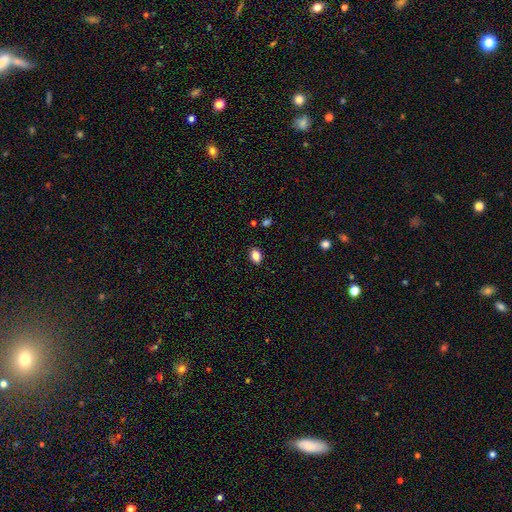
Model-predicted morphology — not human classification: A smooth galaxy with no disk features (83%) that is in between round and cigar-shaped (77%).

Vote fractions:
- Smooth or featured? smooth: 83% / star or artifact: 10% / featured or disk: 7%
- How rounded? in between: 77% / round: 21% / cigar-shaped: 1%
- Merging? none: 89% / minor disturbance: 8% / major disturbance: 2% / merger: 1%